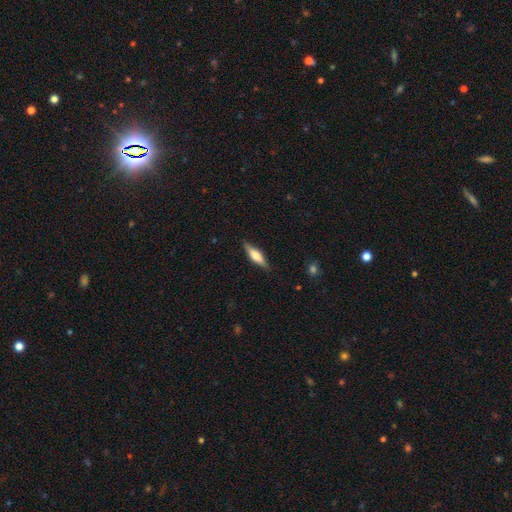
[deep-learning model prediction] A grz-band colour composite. It shows a featured or disk galaxy (47%). Merging: none (86%).